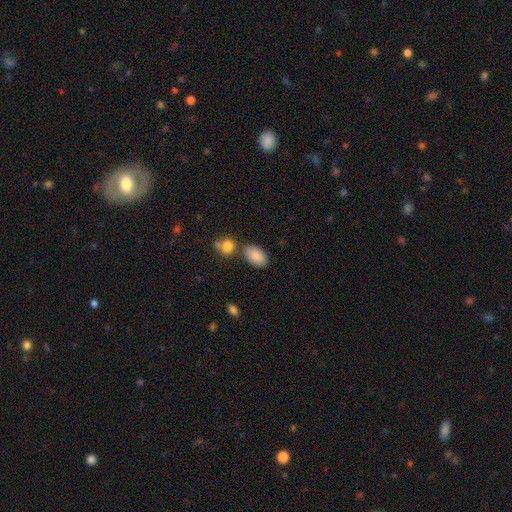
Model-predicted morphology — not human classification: Smooth or featured: smooth — 87% (star or artifact — 7%)
How rounded: in between — 93% (round — 6%)
Merging: none — 71% (minor disturbance — 14%)